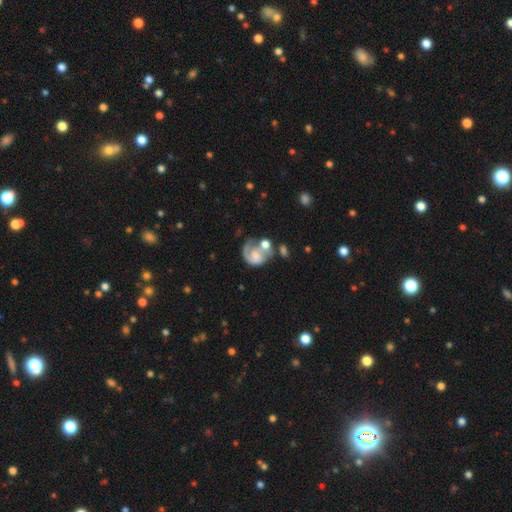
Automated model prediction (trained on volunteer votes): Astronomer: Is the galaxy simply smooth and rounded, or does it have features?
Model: featured or disk — 67%.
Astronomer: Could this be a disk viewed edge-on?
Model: no — 98%.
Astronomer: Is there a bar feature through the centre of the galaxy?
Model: no — 67%.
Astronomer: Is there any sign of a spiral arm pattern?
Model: yes — 80%.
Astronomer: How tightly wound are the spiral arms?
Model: medium — 37% (runner-up: tight, 36%).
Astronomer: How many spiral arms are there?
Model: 1 — 62%.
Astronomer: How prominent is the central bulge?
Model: moderate — 35% (runner-up: small, 28%).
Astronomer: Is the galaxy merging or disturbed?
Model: merger — 29%, tied with none at 29%.